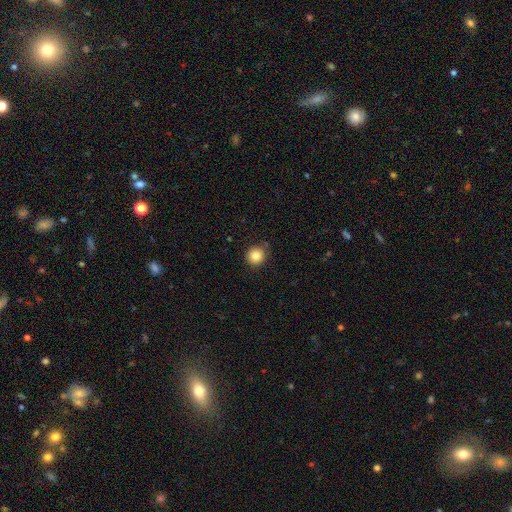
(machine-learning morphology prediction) A smooth galaxy with no disk features (85%) that is round (94%). Merging: none (86%).